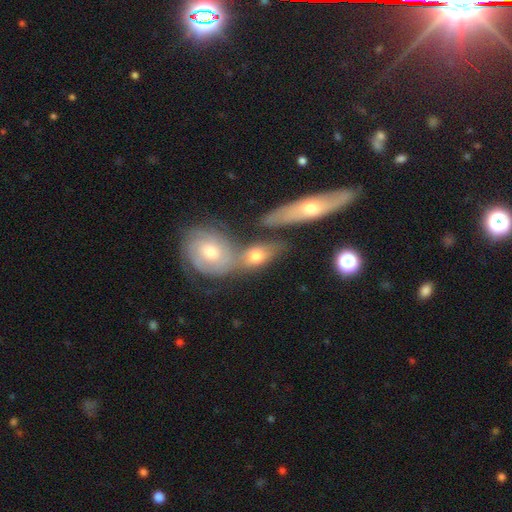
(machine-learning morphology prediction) Overall: smooth (54%; featured or disk 37%). How rounded: in between (70%). Merging: merger (48%; none 34%).